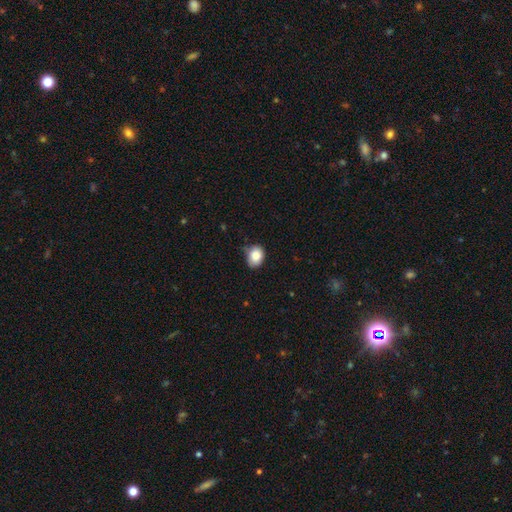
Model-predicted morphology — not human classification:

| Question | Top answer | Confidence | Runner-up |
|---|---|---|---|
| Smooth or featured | smooth | 85% | star or artifact (8%) |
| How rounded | in between | 56% | round (43%) |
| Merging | none | 64% | minor disturbance (29%) |